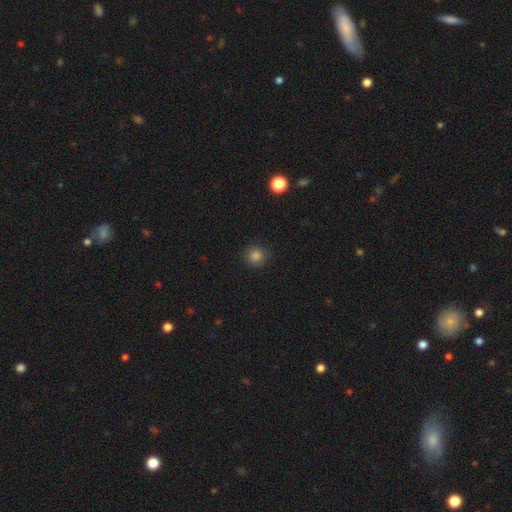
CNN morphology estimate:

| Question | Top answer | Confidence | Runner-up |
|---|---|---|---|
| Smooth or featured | smooth | 84% | star or artifact (12%) |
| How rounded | round | 94% | in between (5%) |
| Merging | none | 90% | minor disturbance (7%) |